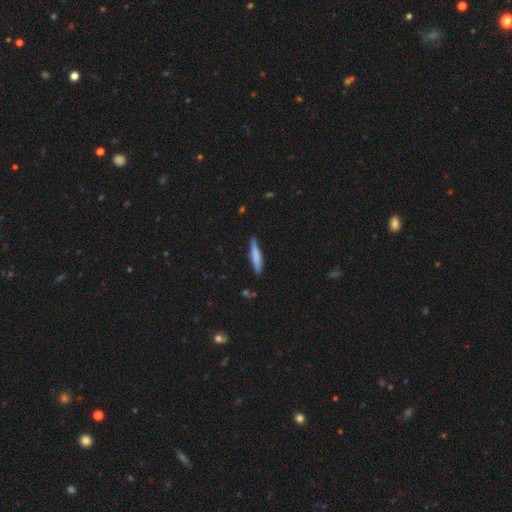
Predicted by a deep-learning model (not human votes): smooth-or-featured: smooth: 73% | featured or disk: 21% | star or artifact: 6%
  how-rounded: cigar-shaped: 87% | in between: 12% | round: 1%
  merging: none: 76% | minor disturbance: 19% | major disturbance: 3% | merger: 2%